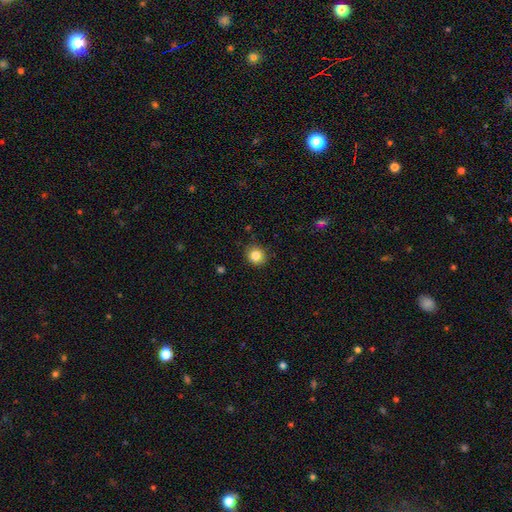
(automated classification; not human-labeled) This is clearly a smooth galaxy (83%). How rounded: clearly round (88%). Merging: clearly none (88%).